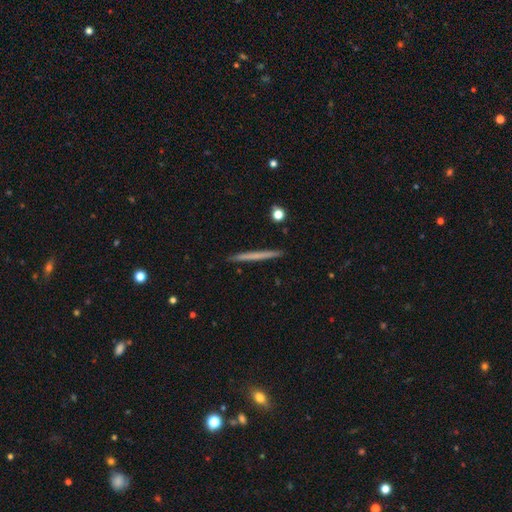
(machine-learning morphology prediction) The model was most divided on "smooth or featured": smooth: 52%, featured or disk: 42%, star or artifact: 6%. More confident: how rounded — cigar-shaped (97%); merging — none (93%).